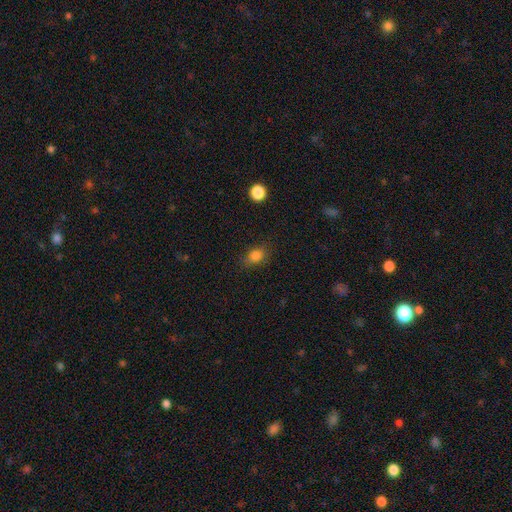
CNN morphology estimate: The model was most divided on "how rounded": in between: 66%, round: 32%, cigar-shaped: 3%. More confident: smooth or featured — smooth (81%); merging — none (78%).